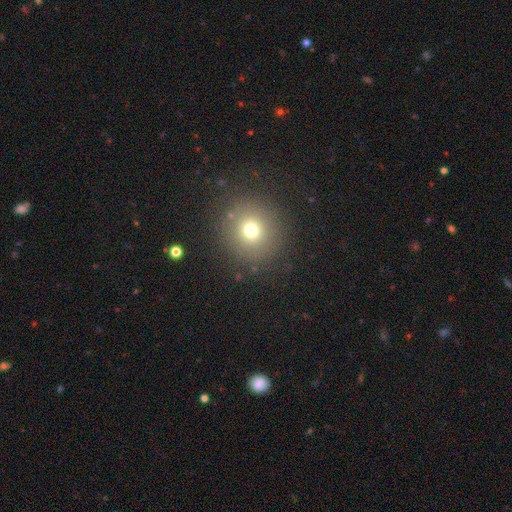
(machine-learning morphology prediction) This appears to be a smooth galaxy with no disk features (68%) that is round (92%). Merging: none (89%).